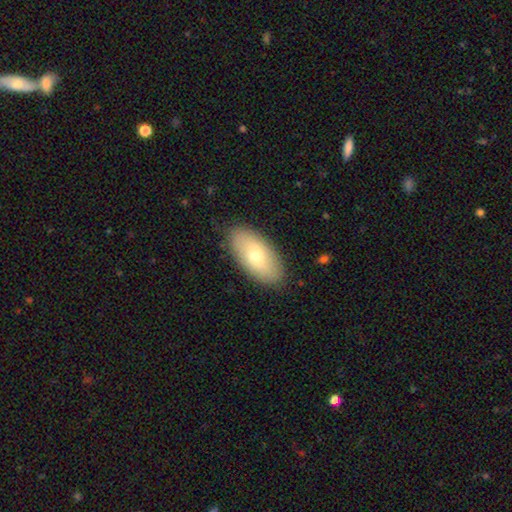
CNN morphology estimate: Smooth or featured: smooth — 65% (featured or disk — 28%)
How rounded: in between — 92% (cigar-shaped — 5%)
Merging: none — 87% (minor disturbance — 10%)